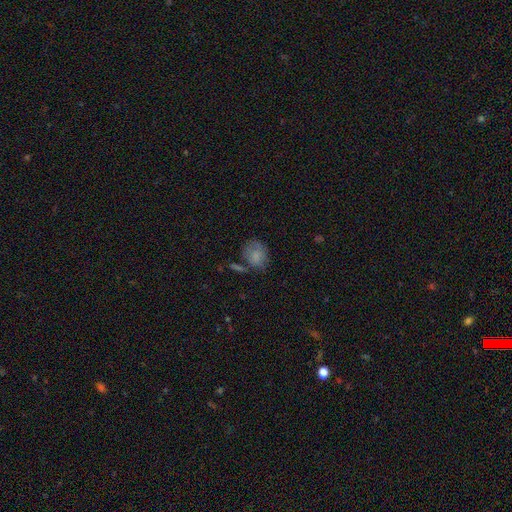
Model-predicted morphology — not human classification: This is likely a smooth galaxy (78%). How rounded: possibly round (52%). Merging: possibly none (53%).